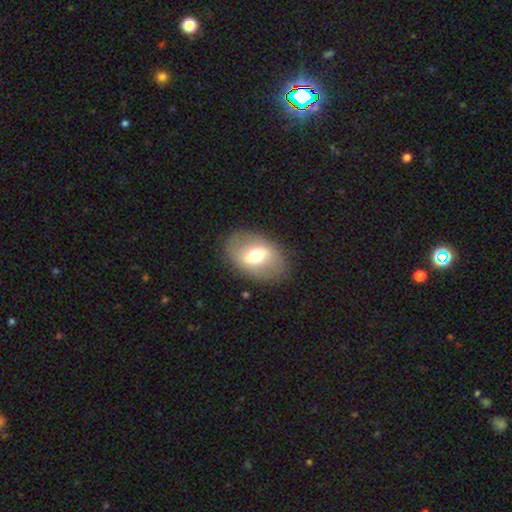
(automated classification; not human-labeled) Morphology: type=smooth (47%); merging=none (83%).